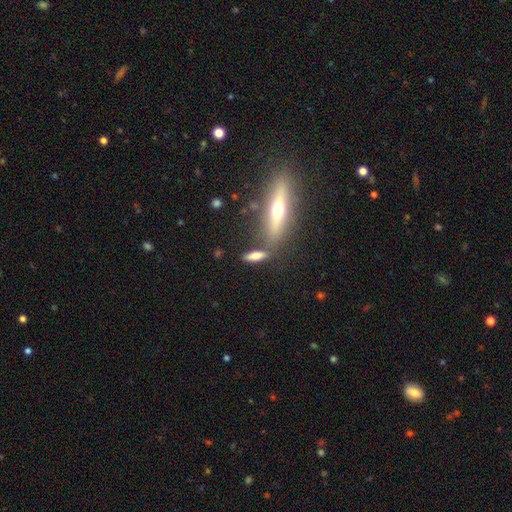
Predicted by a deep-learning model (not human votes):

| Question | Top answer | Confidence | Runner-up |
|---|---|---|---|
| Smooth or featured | smooth | 62% | featured or disk (29%) |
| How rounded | cigar-shaped | 56% | in between (39%) |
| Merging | none | 69% | merger (14%) |